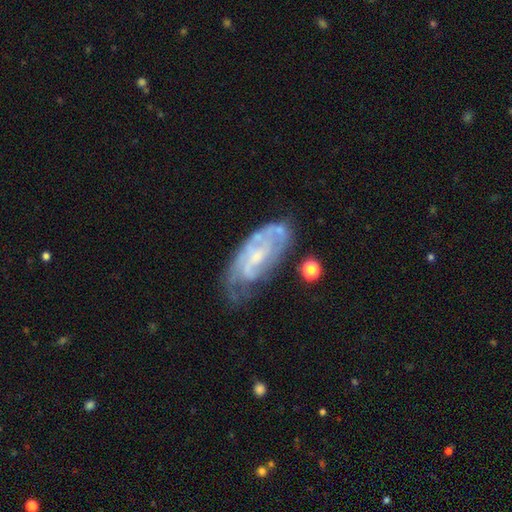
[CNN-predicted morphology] smooth-or-featured: featured or disk: 76% | smooth: 17% | star or artifact: 7%
  disk-edge-on: no: 93% | yes: 7%
    bar: no: 56% | weak: 36% | strong: 8%
    has-spiral-arms: yes: 81% | no: 19%
      spiral-winding: tight: 52% | medium: 35% | loose: 13%
      spiral-arm-count: can't tell: 47% | 2: 28% | 3: 10% | 1: 9% | 4: 4% | more than 4: 3%
    bulge-size: small: 59% | moderate: 25% | none: 13% | large: 2% | dominant: 1%
  merging: none: 48% | minor disturbance: 30% | major disturbance: 18% | merger: 4%